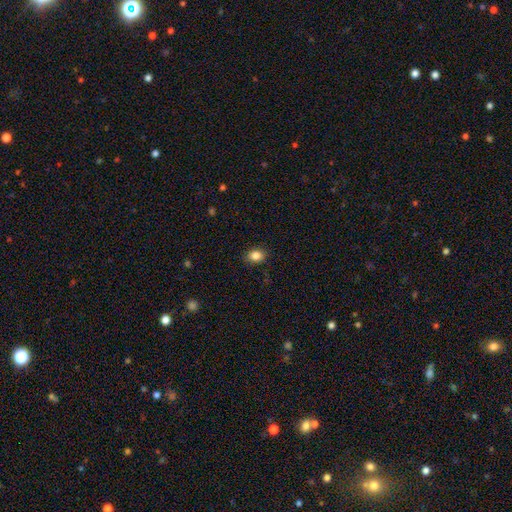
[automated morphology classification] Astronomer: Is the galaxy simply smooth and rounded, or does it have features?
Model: smooth — 85%.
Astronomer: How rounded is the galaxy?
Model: in between — 66%.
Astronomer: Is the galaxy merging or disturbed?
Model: none — 86%.